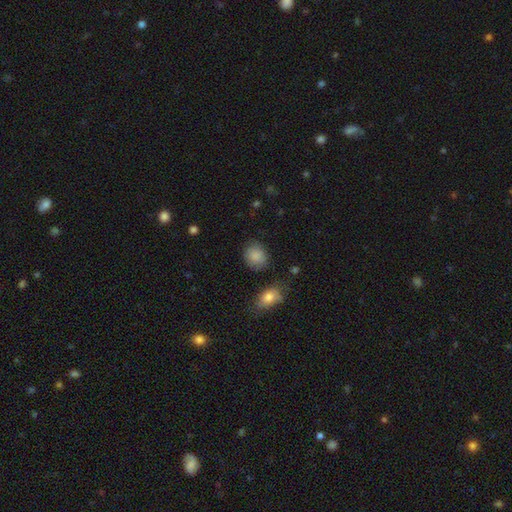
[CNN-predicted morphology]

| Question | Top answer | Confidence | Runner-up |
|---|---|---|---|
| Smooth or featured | smooth | 87% | star or artifact (8%) |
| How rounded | round | 62% | in between (37%) |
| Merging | none | 77% | minor disturbance (16%) |